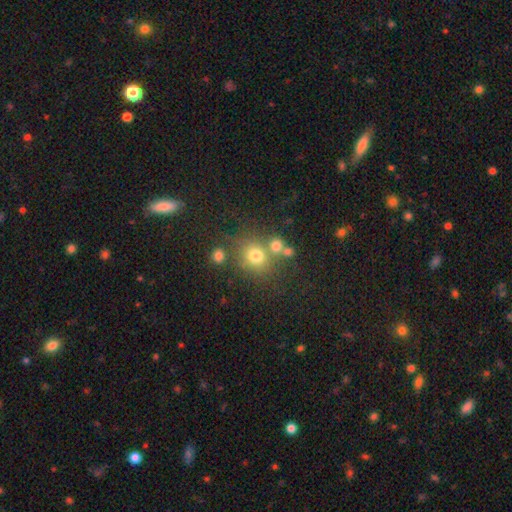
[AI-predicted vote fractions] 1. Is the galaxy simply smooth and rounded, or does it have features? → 72% smooth, 17% star or artifact, 11% featured or disk.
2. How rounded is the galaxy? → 80% round, 19% in between, 1% cigar-shaped.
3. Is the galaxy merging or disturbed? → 61% none, 22% merger, 11% minor disturbance, 6% major disturbance.